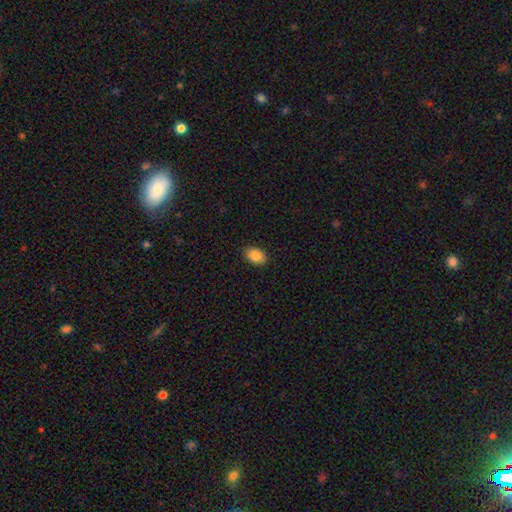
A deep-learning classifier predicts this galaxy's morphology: Q: Smooth or featured?
A: smooth (87%); runner-up: star or artifact (8%)
Q: How rounded?
A: in between (87%); runner-up: round (12%)
Q: Merging?
A: none (89%); runner-up: minor disturbance (8%)